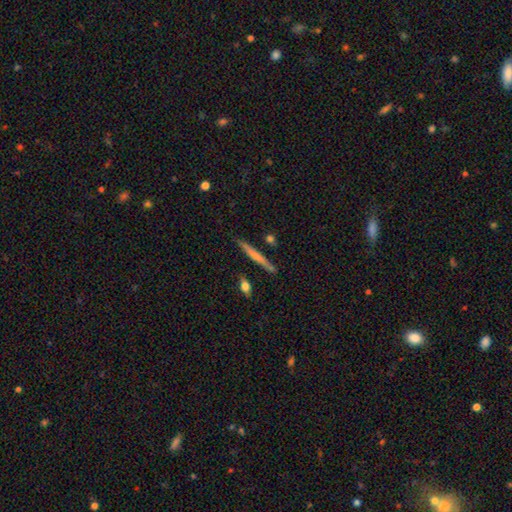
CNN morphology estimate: Smooth or featured? Predicted: smooth (p=0.50). Merging? Predicted: none (p=0.85).